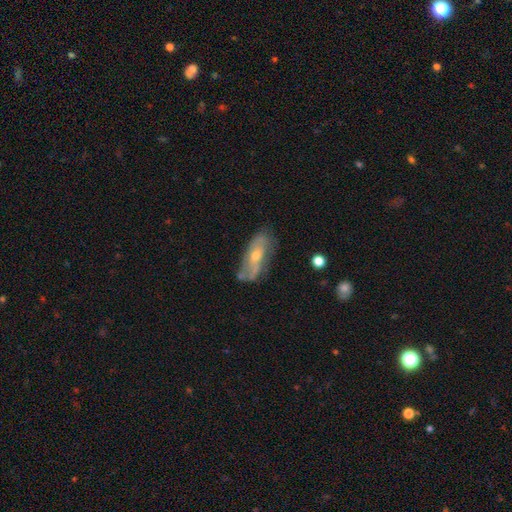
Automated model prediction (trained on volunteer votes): Smooth or featured? Predicted: featured or disk (p=0.63). Edge-on disk? Predicted: no (p=0.82). Bar? Predicted: no (p=0.58). Spiral arms? Predicted: yes (p=0.68). Bulge size? Predicted: moderate (p=0.49). Merging? Predicted: none (p=0.56).